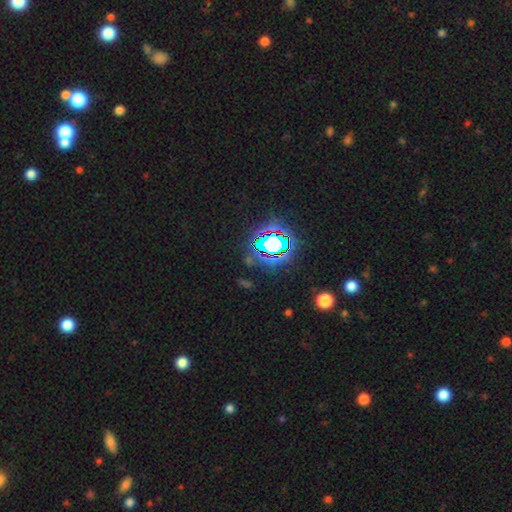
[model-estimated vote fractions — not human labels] star or artifact 81%, smooth 12%, featured or disk 7%.